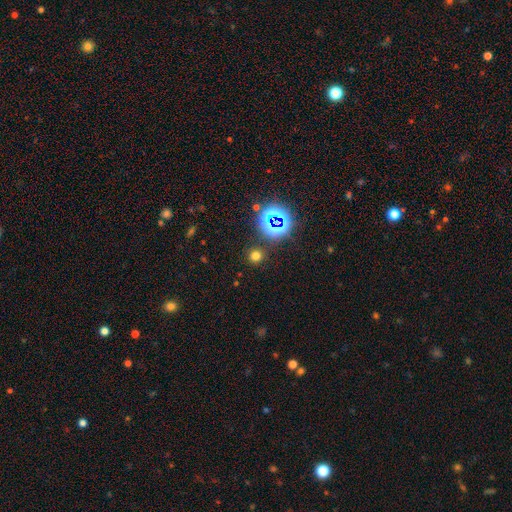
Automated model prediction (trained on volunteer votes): smooth-or-featured: smooth: 65% | star or artifact: 29% | featured or disk: 6%
  how-rounded: round: 90% | in between: 9% | cigar-shaped: 1%
  merging: none: 87% | minor disturbance: 7% | major disturbance: 3% | merger: 3%